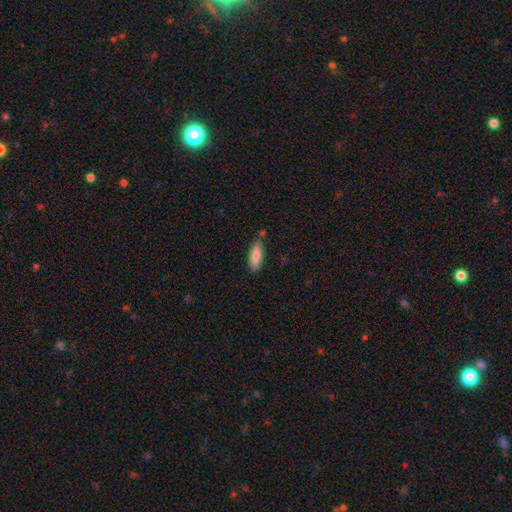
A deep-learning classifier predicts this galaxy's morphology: A smooth galaxy with no disk features (83%) that is in between round and cigar-shaped (55%). Merging: none (78%).